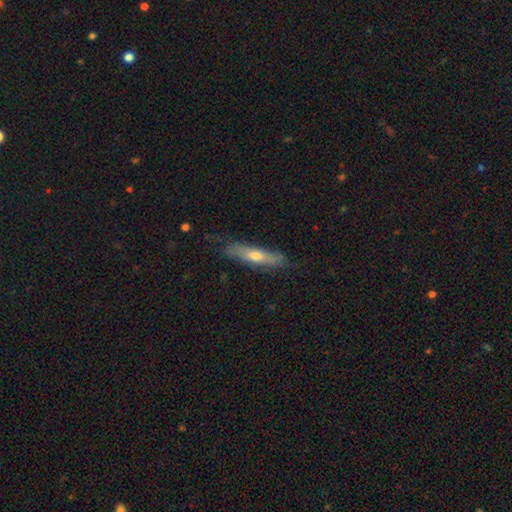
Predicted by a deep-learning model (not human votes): Morphology: type=smooth (52%); roundness=cigar-shaped (77%); merging=none (75%).